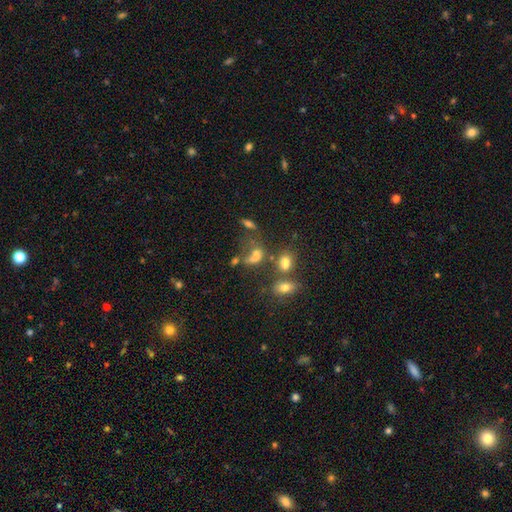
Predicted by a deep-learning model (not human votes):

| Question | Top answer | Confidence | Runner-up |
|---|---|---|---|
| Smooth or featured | smooth | 55% | star or artifact (24%) |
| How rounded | in between | 68% | round (27%) |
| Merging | merger | 36% | none (29%) |